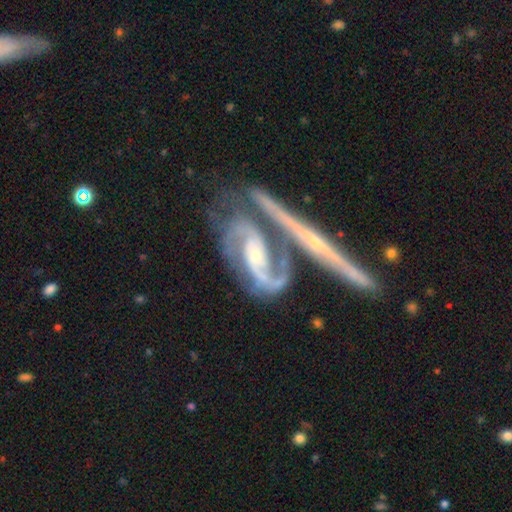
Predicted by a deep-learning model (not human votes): The model was most divided on "merging": merger: 38%, none: 35%, minor disturbance: 16%, major disturbance: 11%. Remaining: spiral arms — yes (94%); smooth or featured — featured or disk (88%); edge-on disk — no (87%); spiral arm count — 2 (81%); bulge size — small (60%); spiral winding — medium (49%); bar — no (48%).